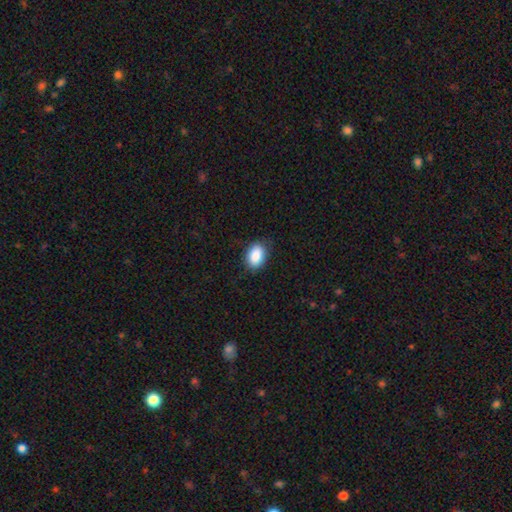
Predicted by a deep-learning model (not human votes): smooth-or-featured: smooth: 88% | star or artifact: 8% | featured or disk: 5%
  how-rounded: in between: 83% | round: 16% | cigar-shaped: 1%
  merging: none: 82% | minor disturbance: 14% | major disturbance: 3% | merger: 1%